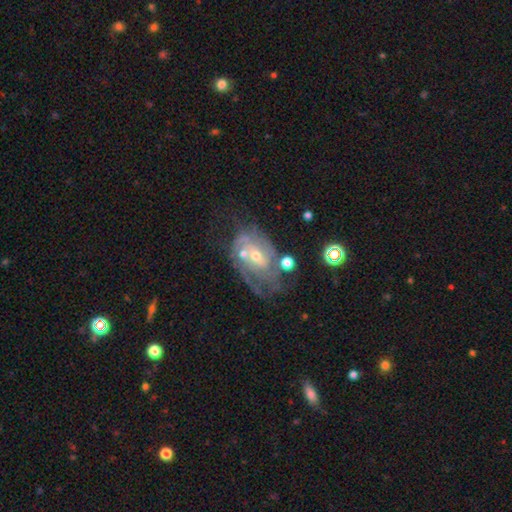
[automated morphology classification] Overall: featured or disk (81%). Edge-on disk: no (96%). Bar: no (57%; weak 35%). Spiral arms: yes (87%). Spiral arm count: can't tell (42%; 2 28%). Spiral winding: tight (55%; medium 34%). Bulge size: small (56%; moderate 40%). Merging: none (45%; minor disturbance 23%).